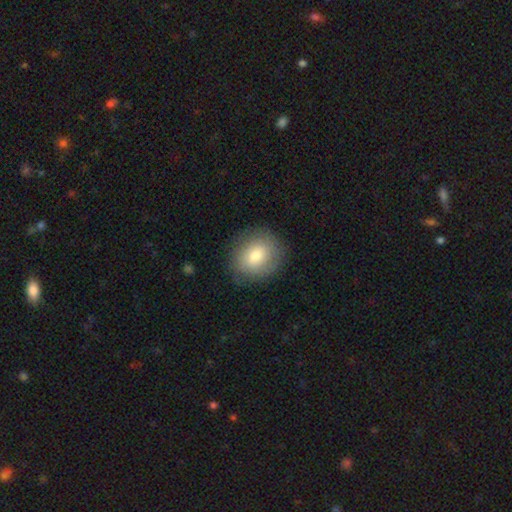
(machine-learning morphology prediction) smooth_or_featured: smooth (p=0.75) [alt: featured or disk p=0.17]
how_rounded: round (p=0.71) [alt: in between p=0.28]
merging: none (p=0.83) [alt: minor disturbance p=0.12]